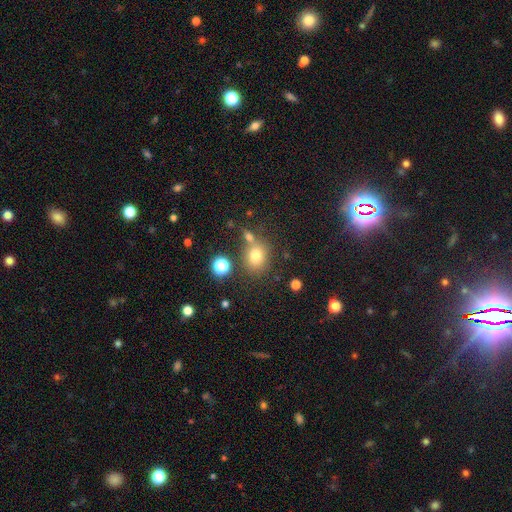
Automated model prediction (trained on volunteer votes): Morphology: type=smooth (75%); roundness=round (70%); merging=none (67%).